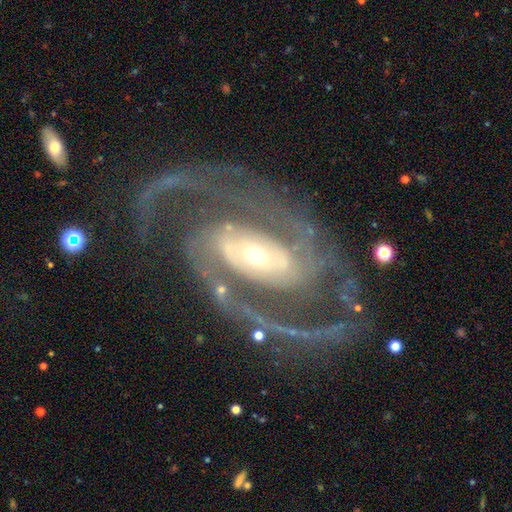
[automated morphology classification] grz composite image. It shows a featured or disk galaxy (92%) with no bar (40%), 2 (81%) medium (52%) spiral arms (98%) and a small central bulge (46%). Merging: none (72%).